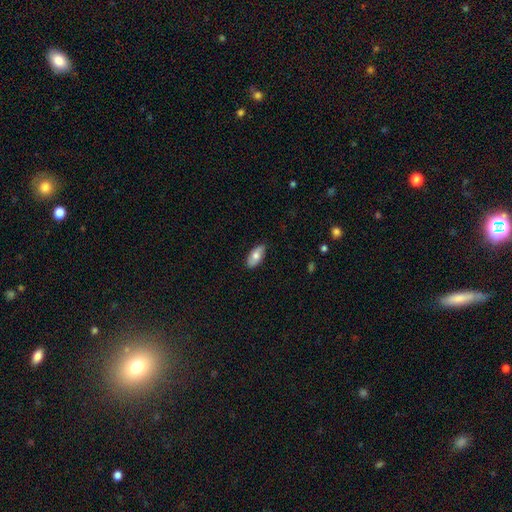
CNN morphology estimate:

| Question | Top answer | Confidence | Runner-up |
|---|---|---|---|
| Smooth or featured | smooth | 72% | featured or disk (22%) |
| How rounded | in between | 90% | cigar-shaped (8%) |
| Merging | none | 85% | minor disturbance (12%) |